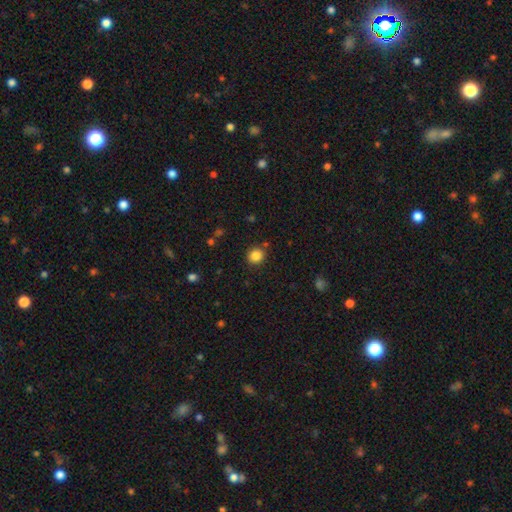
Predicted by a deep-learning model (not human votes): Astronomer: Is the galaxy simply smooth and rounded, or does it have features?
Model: smooth — 84%.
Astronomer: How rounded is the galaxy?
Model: round — 84%.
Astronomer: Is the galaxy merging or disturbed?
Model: none — 86%.